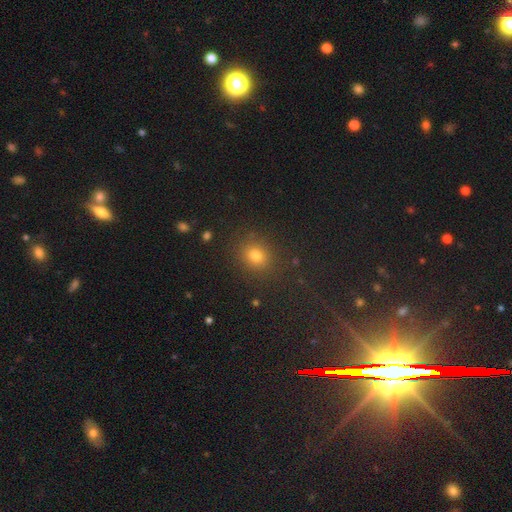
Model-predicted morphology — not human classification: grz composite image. It shows a smooth galaxy with no disk features (72%) that is round (77%). Merging: none (88%).